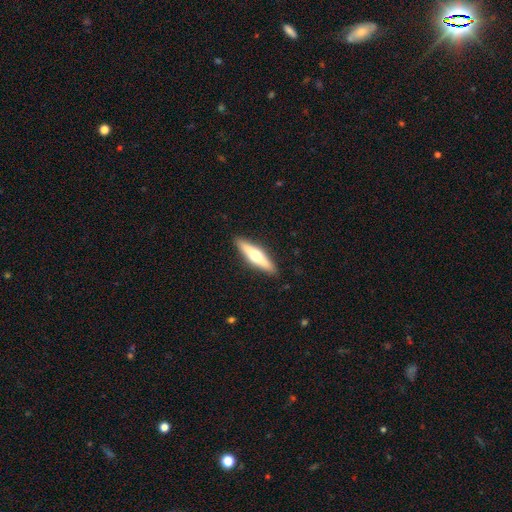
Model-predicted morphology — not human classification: Smooth or featured? featured or disk (54%)
Edge-on disk? yes (94%)
Edge-on bulge? rounded (94%)
Merging? none (90%)